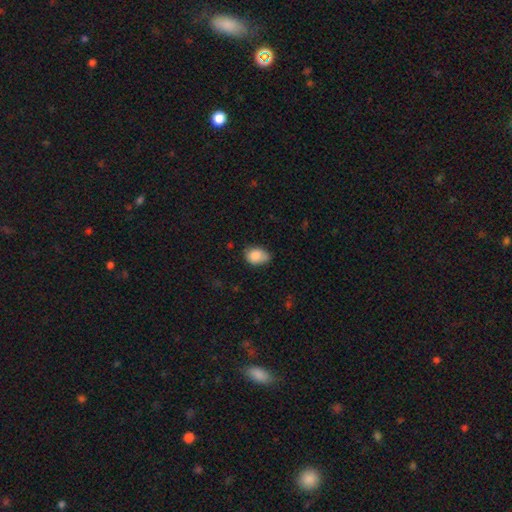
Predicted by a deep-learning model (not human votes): Smooth or featured? smooth (85%)
How rounded? in between (73%)
Merging? none (52%)